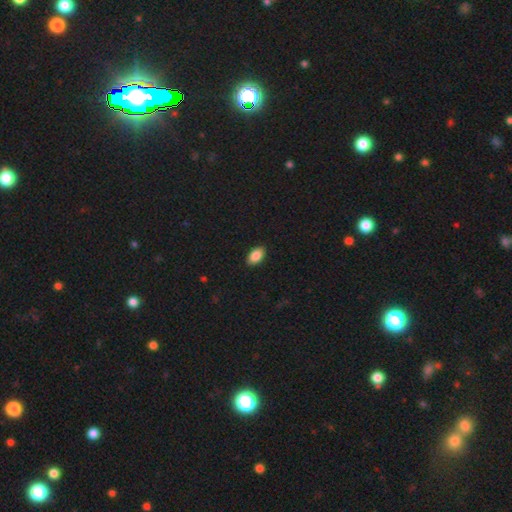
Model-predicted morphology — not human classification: smooth-or-featured: smooth: 88% | star or artifact: 7% | featured or disk: 5%
  how-rounded: in between: 93% | round: 5% | cigar-shaped: 2%
  merging: none: 89% | minor disturbance: 8% | major disturbance: 2% | merger: 1%